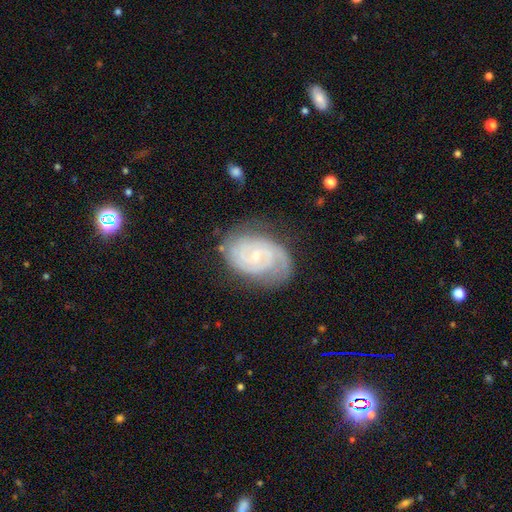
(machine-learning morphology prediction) Q: Smooth or featured?
A: featured or disk (85%); runner-up: smooth (10%)
Q: Edge-on disk?
A: no (97%); runner-up: yes (3%)
Q: Bar?
A: no (58%); runner-up: weak (36%)
Q: Spiral arms?
A: yes (96%); runner-up: no (4%)
Q: Spiral winding?
A: tight (66%); runner-up: medium (28%)
Q: Spiral arm count?
A: 2 (57%); runner-up: can't tell (20%)
Q: Bulge size?
A: small (72%); runner-up: moderate (24%)
Q: Merging?
A: none (72%); runner-up: minor disturbance (19%)